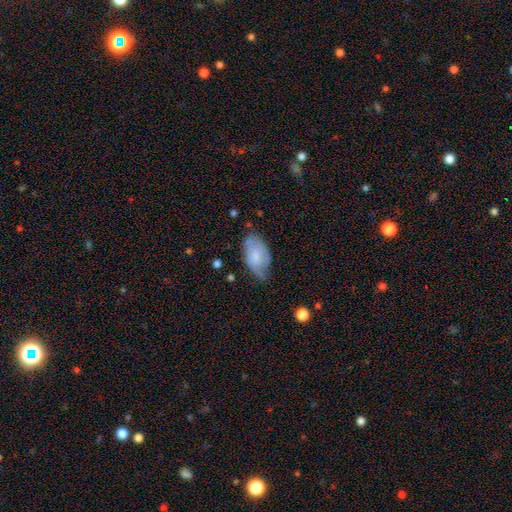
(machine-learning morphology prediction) Smooth or featured: smooth — 57% (featured or disk — 36%)
How rounded: in between — 93% (round — 5%)
Merging: none — 50% (minor disturbance — 37%)